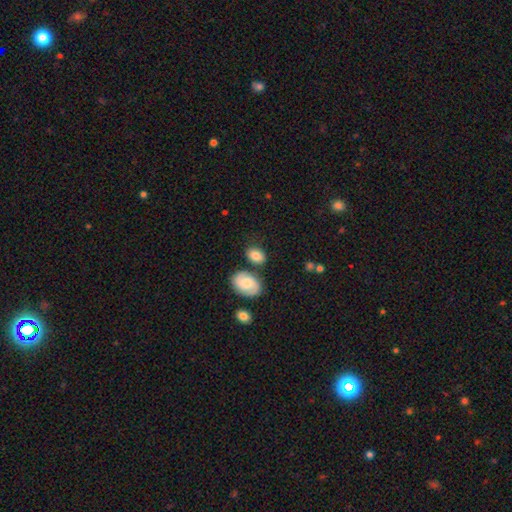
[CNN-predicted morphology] This appears to be a smooth galaxy with no disk features (76%) that is in between round and cigar-shaped (79%). Merging: none (69%).